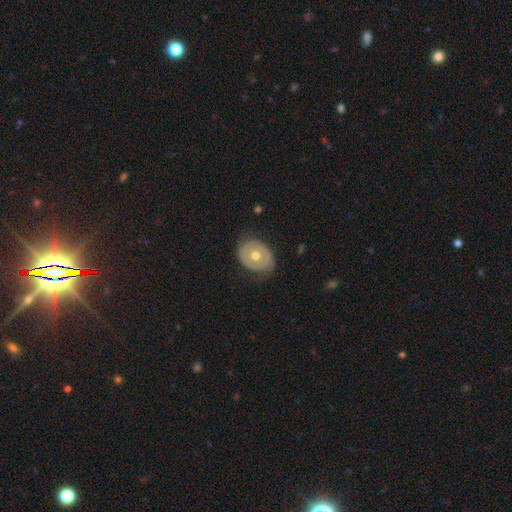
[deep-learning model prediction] smooth-or-featured: featured or disk: 55% | smooth: 39% | star or artifact: 6%
  disk-edge-on: no: 94% | yes: 6%
    bar: no: 89% | weak: 8% | strong: 3%
    has-spiral-arms: no: 75% | yes: 25%
    bulge-size: moderate: 78% | small: 16% | large: 4% | dominant: 1% | none: 1%
  merging: none: 75% | minor disturbance: 18% | major disturbance: 6% | merger: 1%